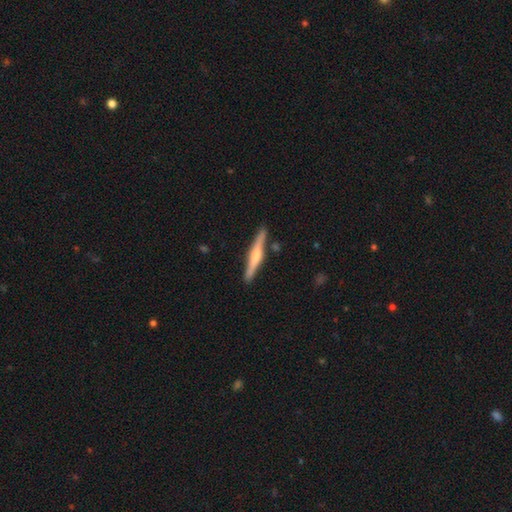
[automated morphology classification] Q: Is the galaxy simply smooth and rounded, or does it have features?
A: featured or disk — 63%.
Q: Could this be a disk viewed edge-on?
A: yes — 98%.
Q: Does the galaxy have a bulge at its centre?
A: rounded — 72%.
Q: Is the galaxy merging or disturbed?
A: none — 87%.